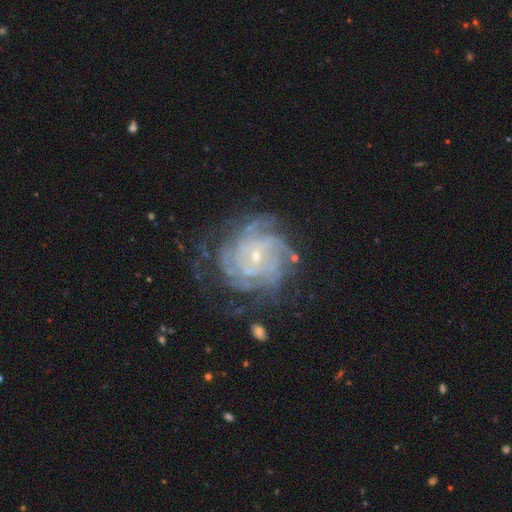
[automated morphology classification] smooth_or_featured: featured or disk (p=0.86) [alt: star or artifact p=0.07]
disk_edge_on: no (p=0.97) [alt: yes p=0.03]
bar: no (p=0.70) [alt: weak p=0.24]
has_spiral_arms: yes (p=0.95) [alt: no p=0.05]
spiral_winding: tight (p=0.73) [alt: medium p=0.22]
spiral_arm_count: can't tell (p=0.35) [alt: 4 p=0.22]
bulge_size: small (p=0.81) [alt: moderate p=0.16]
merging: none (p=0.63) [alt: minor disturbance p=0.20]